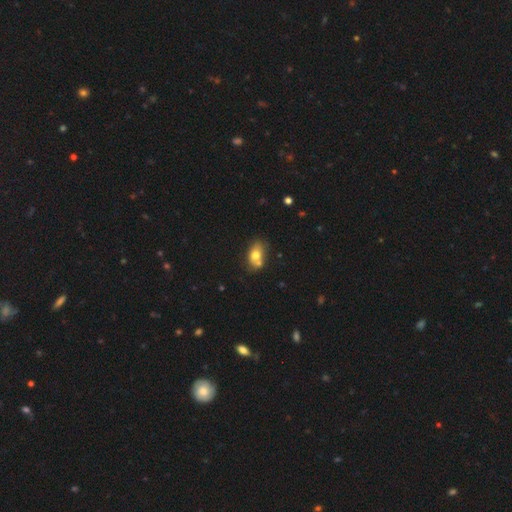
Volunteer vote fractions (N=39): smooth-or-featured: smooth: 72% | featured or disk: 23% | star or artifact: 5%
  how-rounded: in between: 89% | round: 11% | cigar-shaped: 0%
  merging: none: 38% (tied) | merger: 38% (tied) | minor disturbance: 16% | major disturbance: 8%